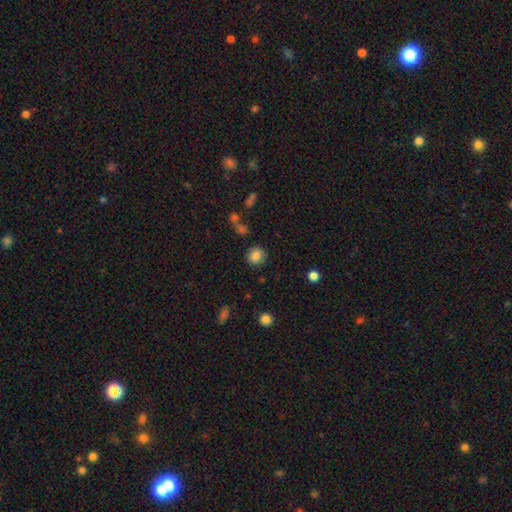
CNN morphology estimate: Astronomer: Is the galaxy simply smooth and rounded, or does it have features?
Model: smooth — 83%.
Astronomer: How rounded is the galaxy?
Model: round — 80%.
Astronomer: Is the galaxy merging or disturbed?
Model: none — 85%.